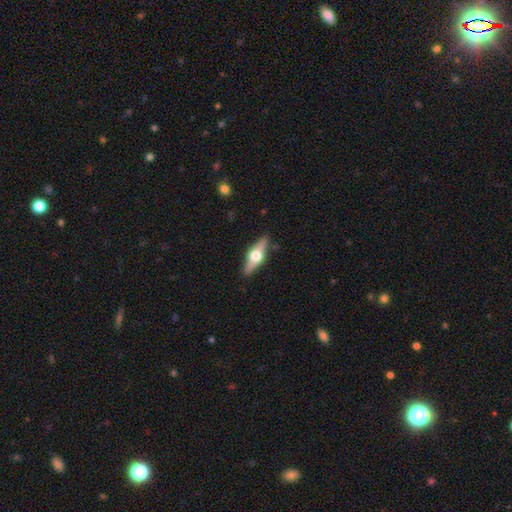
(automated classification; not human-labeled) Overall: featured or disk (66%; smooth 28%). Edge-on disk: yes (95%). Edge-on bulge: rounded (96%). Merging: none (88%).